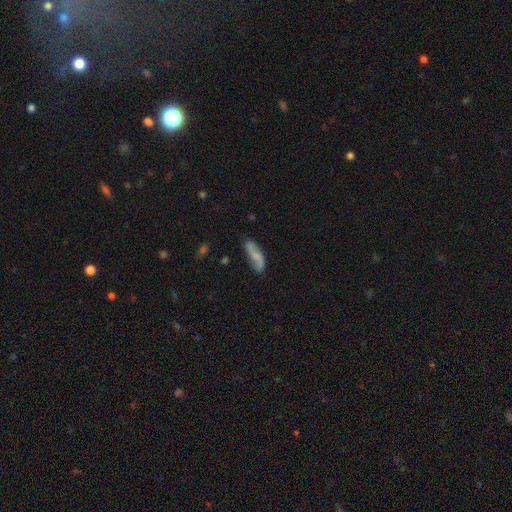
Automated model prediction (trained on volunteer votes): featured or disk 51%, smooth 41%, star or artifact 7%. Down the decision tree: edge-on disk — no (89%); merging — none (67%).